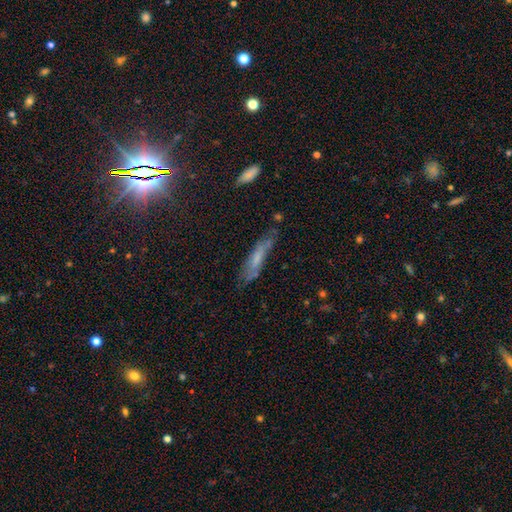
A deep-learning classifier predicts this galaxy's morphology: Smooth or featured? featured or disk (37%)
Merging? none (71%)